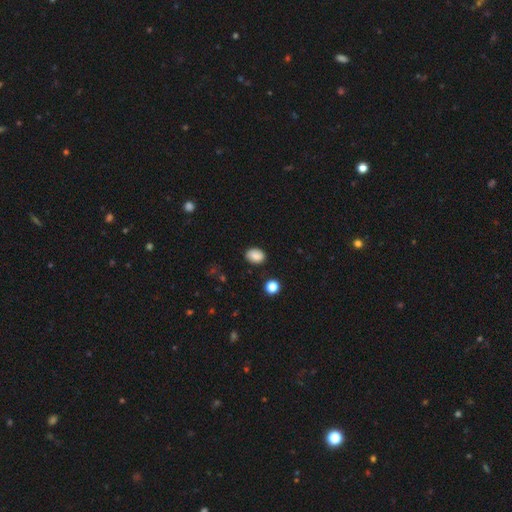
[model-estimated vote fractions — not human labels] Smooth or featured?
  - smooth: 86% *
  - star or artifact: 9%
  - featured or disk: 5%
How rounded?
  - in between: 73% *
  - round: 26%
  - cigar-shaped: 1%
Merging?
  - none: 84% *
  - minor disturbance: 12%
  - major disturbance: 3%
  - merger: 2%